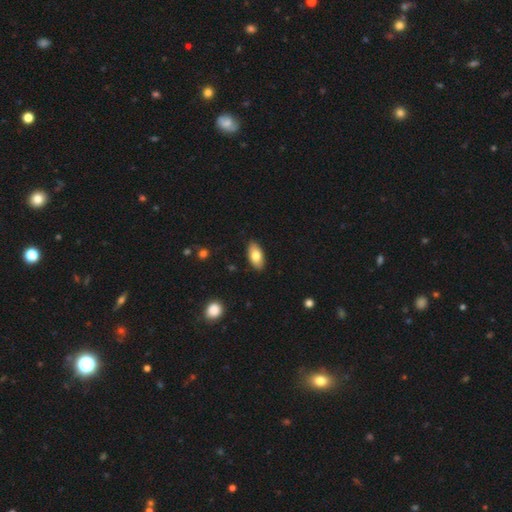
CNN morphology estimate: Smooth or featured?
  - smooth: 78% *
  - featured or disk: 15%
  - star or artifact: 7%
How rounded?
  - in between: 91% *
  - cigar-shaped: 6%
  - round: 3%
Merging?
  - none: 88% *
  - minor disturbance: 9%
  - major disturbance: 2%
  - merger: 1%